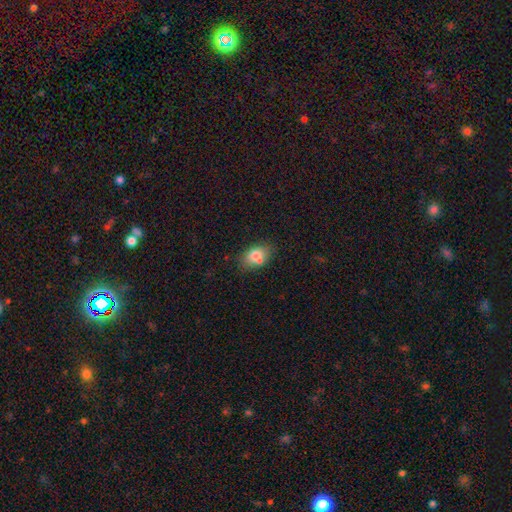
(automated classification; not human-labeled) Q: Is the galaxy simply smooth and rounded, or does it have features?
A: smooth — 76%.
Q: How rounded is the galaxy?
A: in between — 78%.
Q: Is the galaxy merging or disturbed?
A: none — 62%.